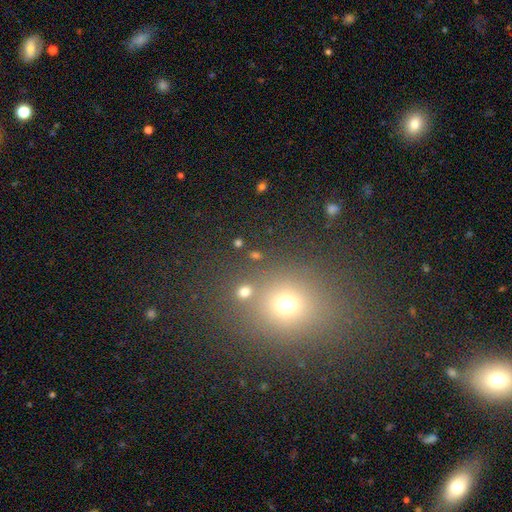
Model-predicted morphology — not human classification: Smooth or featured: smooth — 55% (star or artifact — 35%)
How rounded: round — 76% (in between — 22%)
Merging: none — 75% (merger — 11%)